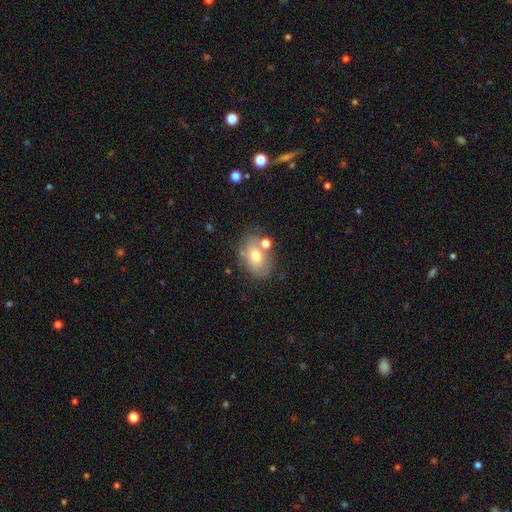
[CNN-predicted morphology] The model was most divided on "smooth or featured": smooth: 64%, featured or disk: 26%, star or artifact: 10%. More confident: how rounded — in between (74%); merging — none (62%).